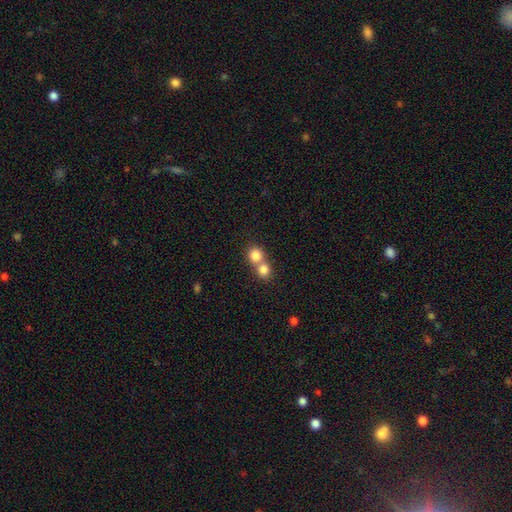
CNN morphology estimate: smooth_or_featured: smooth (p=0.80) [alt: star or artifact p=0.10]
how_rounded: round (p=0.85) [alt: in between p=0.14]
merging: merger (p=0.60) [alt: none p=0.34]